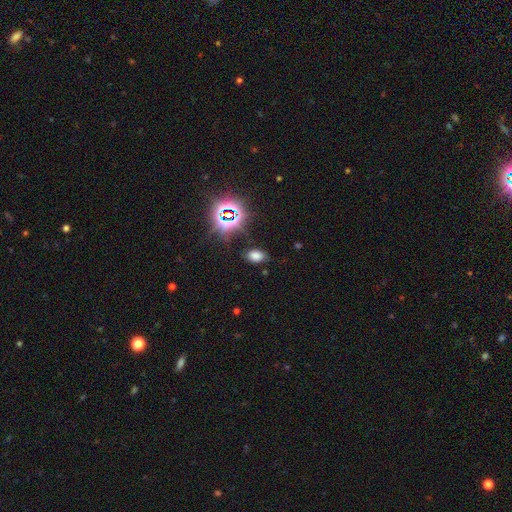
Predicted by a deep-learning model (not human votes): Morphology: type=smooth (65%); roundness=in between (85%); merging=none (77%).